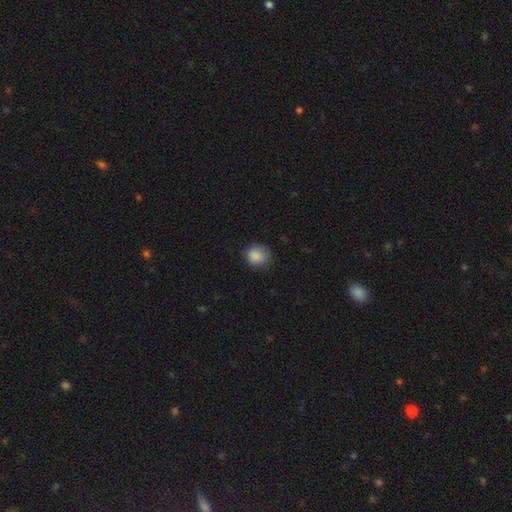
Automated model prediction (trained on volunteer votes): Q: Smooth or featured?
A: smooth (86%); runner-up: star or artifact (9%)
Q: How rounded?
A: round (75%); runner-up: in between (24%)
Q: Merging?
A: none (73%); runner-up: minor disturbance (21%)